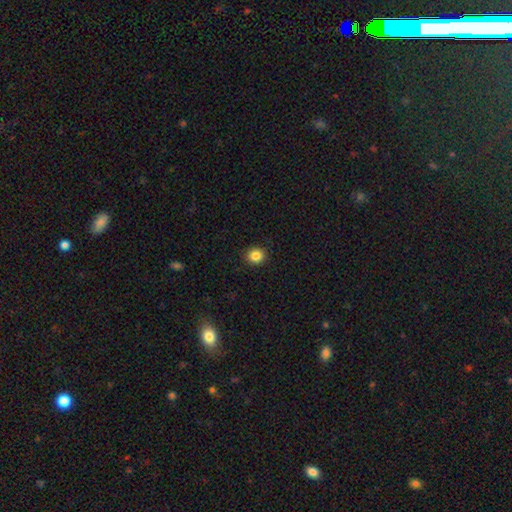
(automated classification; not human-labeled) smooth 86%, star or artifact 10%, featured or disk 4%. Down the decision tree: how rounded — round (82%); merging — none (90%).